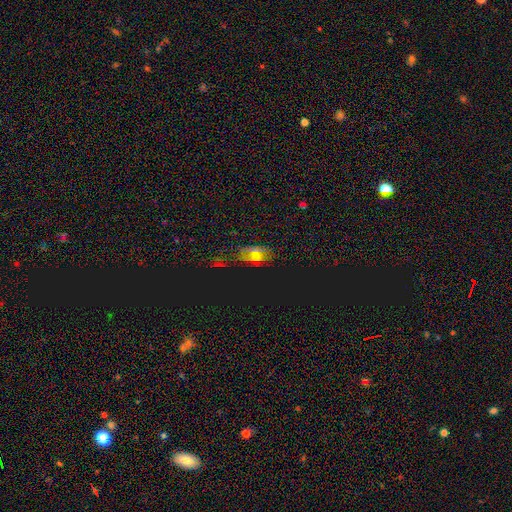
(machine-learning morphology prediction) smooth_or_featured: star or artifact (p=0.47) [alt: smooth p=0.34]